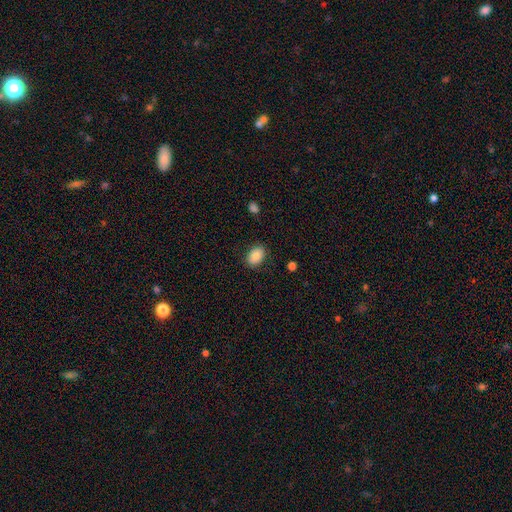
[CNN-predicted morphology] smooth_or_featured: smooth (p=0.85) [alt: featured or disk p=0.08]
how_rounded: in between (p=0.79) [alt: round p=0.20]
merging: none (p=0.85) [alt: minor disturbance p=0.11]